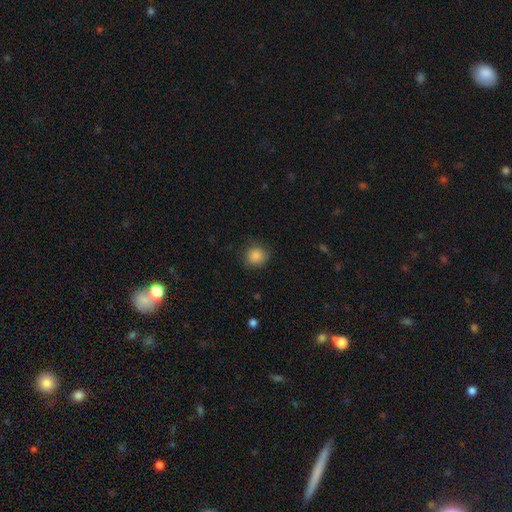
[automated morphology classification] Smooth or featured? smooth (87%)
How rounded? round (88%)
Merging? none (82%)